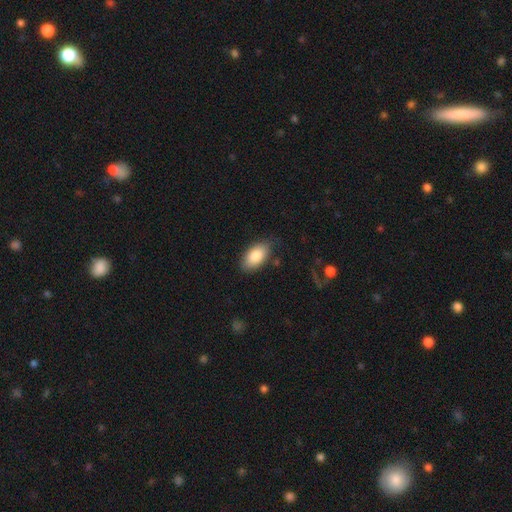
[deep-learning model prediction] Smooth or featured?
  - smooth: 84% *
  - featured or disk: 9%
  - star or artifact: 7%
How rounded?
  - in between: 93% *
  - round: 4%
  - cigar-shaped: 3%
Merging?
  - none: 79% *
  - minor disturbance: 16%
  - major disturbance: 3%
  - merger: 2%